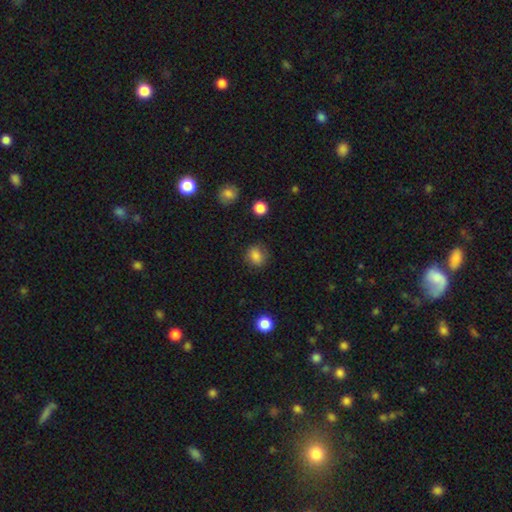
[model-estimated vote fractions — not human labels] Overall: smooth (83%). How rounded: round (64%; in between 34%). Merging: none (80%).